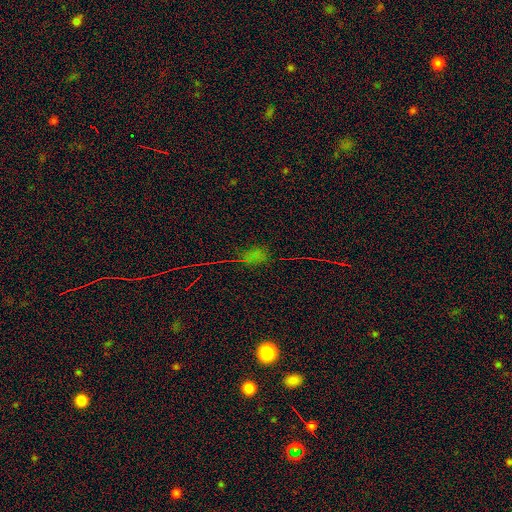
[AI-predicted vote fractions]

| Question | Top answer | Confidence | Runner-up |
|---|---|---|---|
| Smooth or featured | star or artifact | 58% | smooth (33%) |